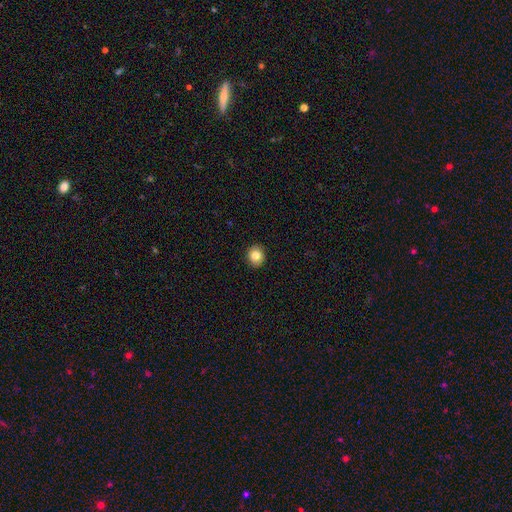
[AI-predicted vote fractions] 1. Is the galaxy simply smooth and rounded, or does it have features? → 83% smooth, 9% star or artifact, 8% featured or disk.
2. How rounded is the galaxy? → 79% round, 20% in between, 1% cigar-shaped.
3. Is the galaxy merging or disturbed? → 92% none, 6% minor disturbance, 2% major disturbance, 1% merger.